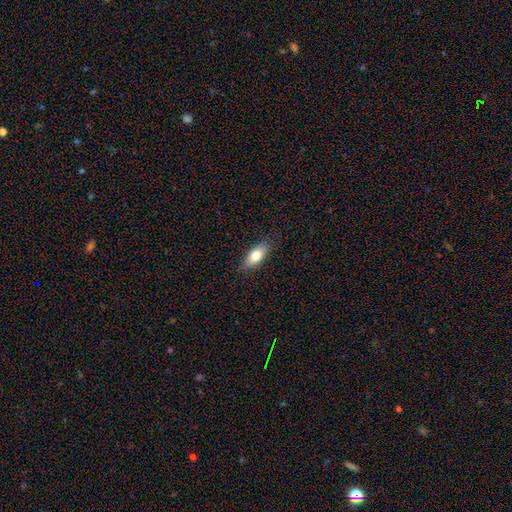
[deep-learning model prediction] A smooth galaxy with no disk features (77%) that is in between round and cigar-shaped (82%). Merging: none (86%).